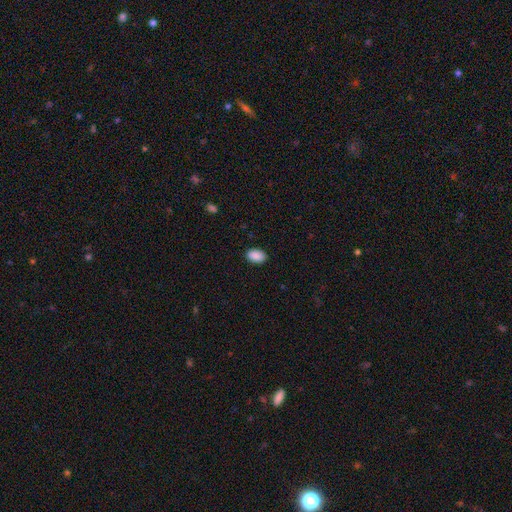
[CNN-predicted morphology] Q: Smooth or featured?
A: smooth (90%); runner-up: star or artifact (7%)
Q: How rounded?
A: in between (90%); runner-up: round (9%)
Q: Merging?
A: none (88%); runner-up: minor disturbance (9%)